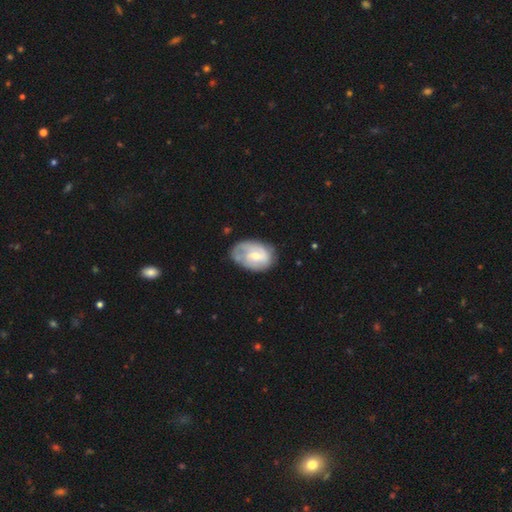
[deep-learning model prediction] Smooth or featured: featured or disk — 58% (smooth — 36%)
Edge-on disk: no — 96% (yes — 4%)
Bar: no — 48% (weak — 43%)
Spiral arms: yes — 73% (no — 27%)
Bulge size: small — 51% (moderate — 43%)
Merging: none — 53% (minor disturbance — 30%)